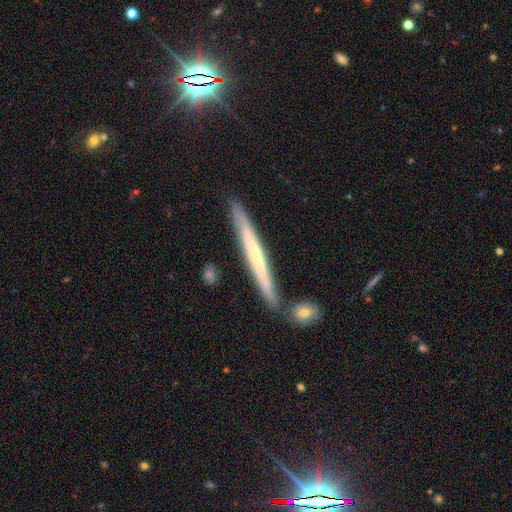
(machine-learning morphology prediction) featured or disk 53%, smooth 40%, star or artifact 6%. Down the decision tree: edge-on disk — yes (94%); merging — none (84%).